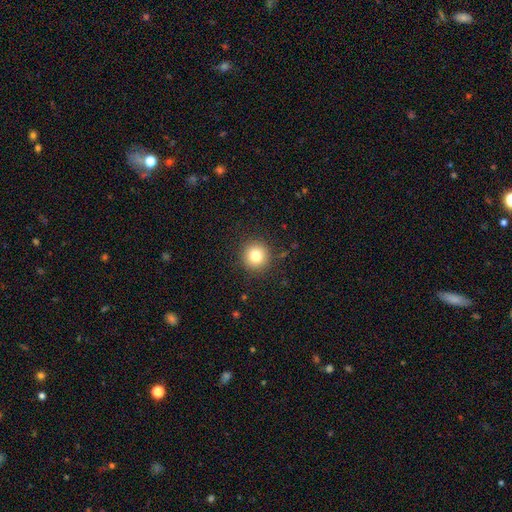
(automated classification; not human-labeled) Q: Smooth or featured?
A: smooth (80%); runner-up: star or artifact (11%)
Q: How rounded?
A: round (94%); runner-up: in between (5%)
Q: Merging?
A: none (90%); runner-up: minor disturbance (6%)